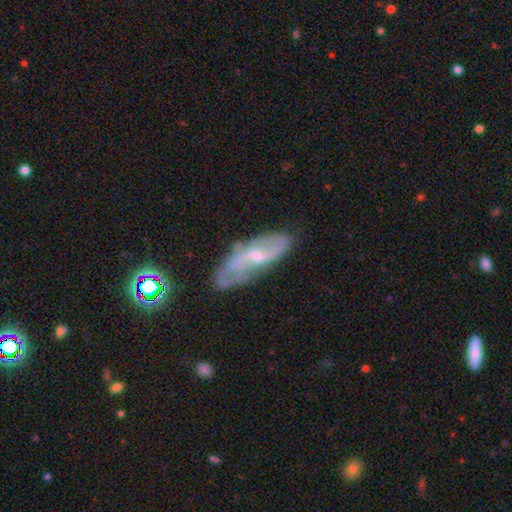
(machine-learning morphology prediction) type=featured or disk (71%); edge-on=no (88%); bar=weak (48%); spiral arms=yes (84%); winding=loose (48%); arm count=2 (69%); bulge=small (56%); merging=none (63%).